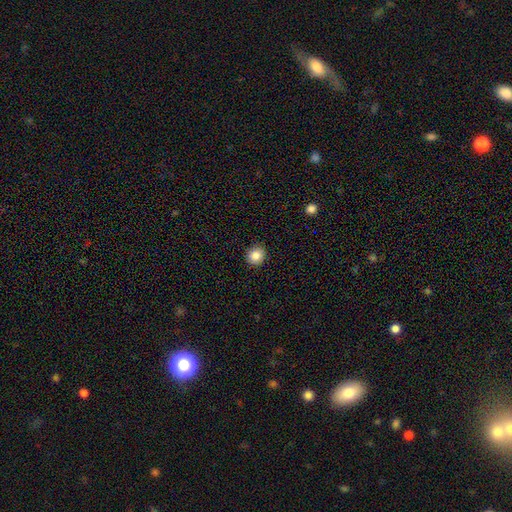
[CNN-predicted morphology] Smooth or featured?
  - smooth: 84% *
  - star or artifact: 10%
  - featured or disk: 6%
How rounded?
  - round: 89% *
  - in between: 11%
  - cigar-shaped: 1%
Merging?
  - none: 91% *
  - minor disturbance: 6%
  - major disturbance: 2%
  - merger: 1%